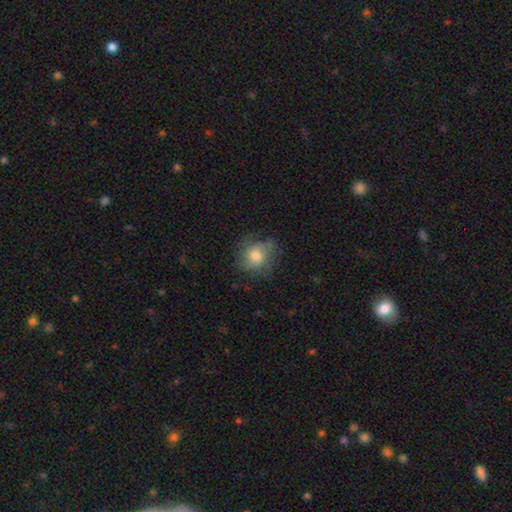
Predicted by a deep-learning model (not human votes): A smooth galaxy with no disk features (63%) that is round (75%). Merging: none (63%).